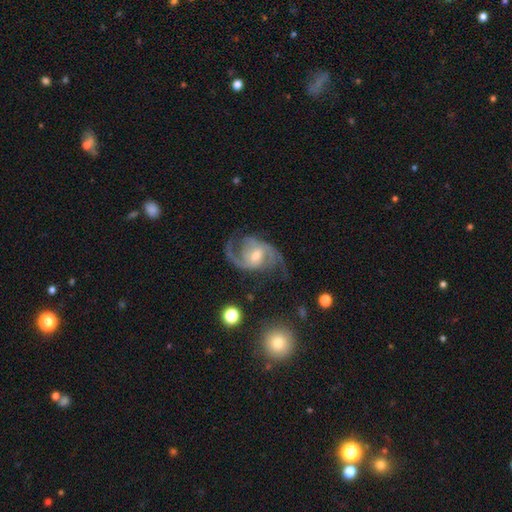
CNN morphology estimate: This appears to be a featured or disk galaxy (90%) with a weak bar (49%), 2 (84%) medium (53%) spiral arms (98%) and a moderate central bulge (52%). Merging: none (68%).